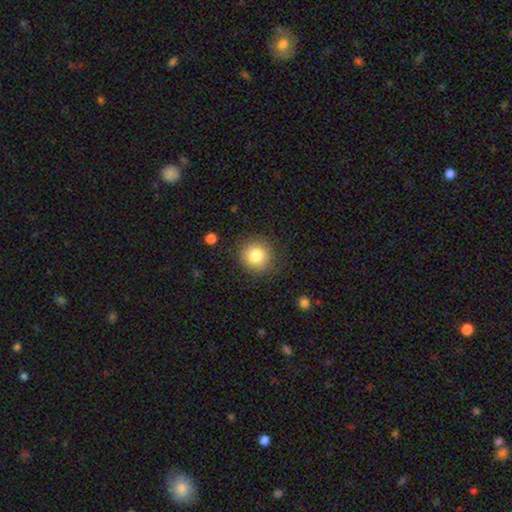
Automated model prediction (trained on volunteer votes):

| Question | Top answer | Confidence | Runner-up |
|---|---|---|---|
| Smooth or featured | smooth | 82% | star or artifact (10%) |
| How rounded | round | 91% | in between (8%) |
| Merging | none | 85% | minor disturbance (10%) |